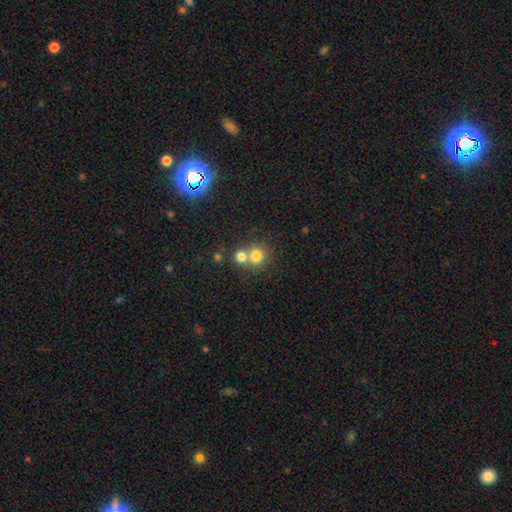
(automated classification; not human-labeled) smooth-or-featured: smooth: 77% | star or artifact: 12% | featured or disk: 11%
  how-rounded: round: 85% | in between: 14% | cigar-shaped: 1%
  merging: merger: 49% | none: 43% | minor disturbance: 6% | major disturbance: 3%